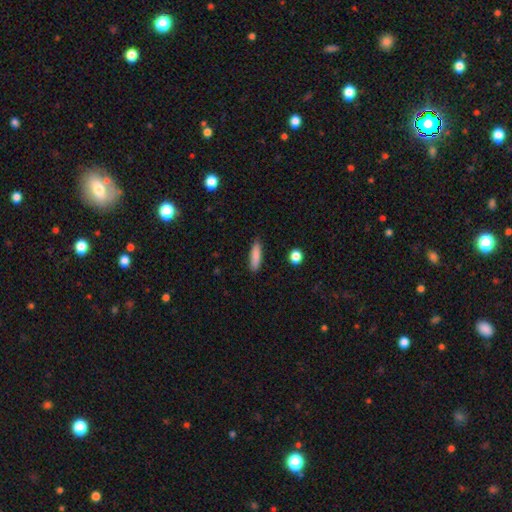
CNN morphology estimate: Smooth or featured? smooth (85%)
How rounded? cigar-shaped (68%)
Merging? none (85%)